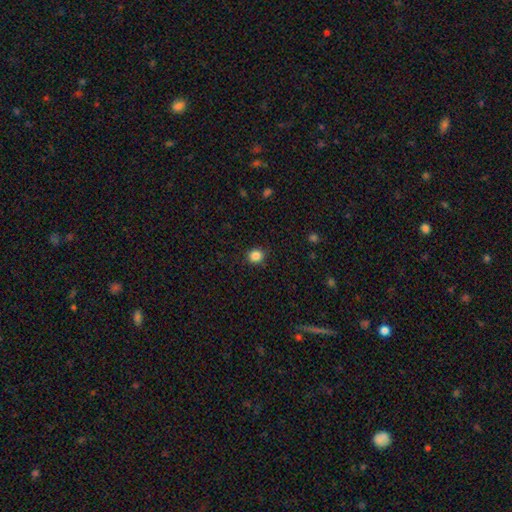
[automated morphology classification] The model was most divided on "how rounded": round: 85%, in between: 14%, cigar-shaped: 1%. More confident: merging — none (89%); smooth or featured — smooth (85%).